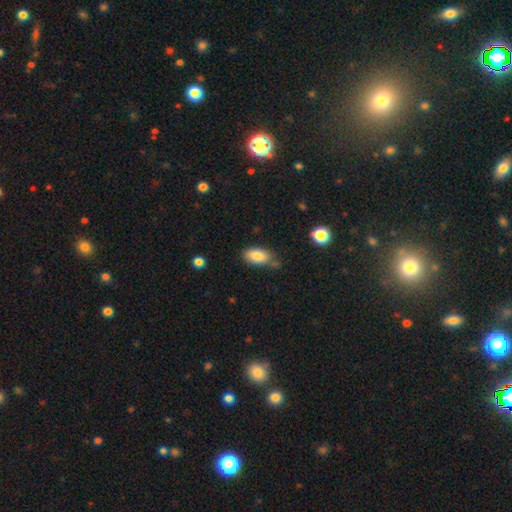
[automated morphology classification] smooth-or-featured: smooth: 84% | featured or disk: 8% | star or artifact: 8%
  how-rounded: in between: 92% | round: 4% | cigar-shaped: 3%
  merging: none: 66% | minor disturbance: 22% | merger: 8% | major disturbance: 5%